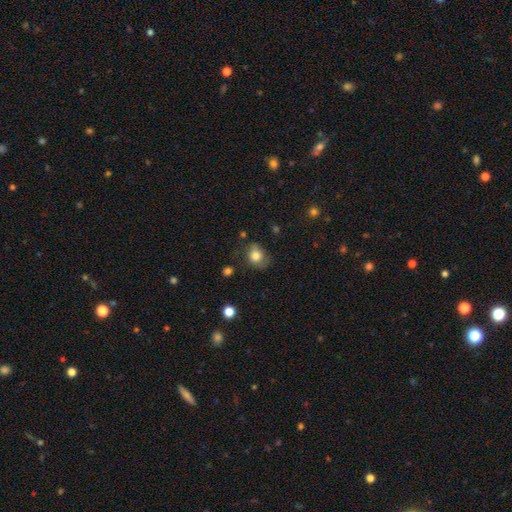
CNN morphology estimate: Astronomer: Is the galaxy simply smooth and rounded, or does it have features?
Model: smooth — 77%.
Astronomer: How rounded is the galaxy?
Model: round — 54% (runner-up: in between, 45%).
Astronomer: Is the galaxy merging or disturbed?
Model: none — 58%.